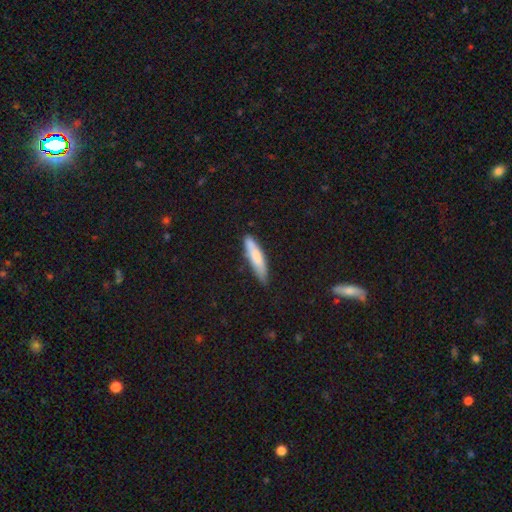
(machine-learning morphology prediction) Smooth or featured: smooth — 73% (featured or disk — 21%)
How rounded: cigar-shaped — 78% (in between — 21%)
Merging: none — 70% (minor disturbance — 23%)